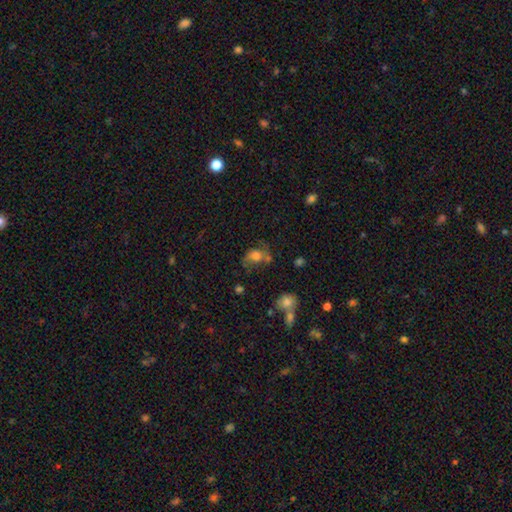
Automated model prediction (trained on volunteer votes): Smooth or featured? smooth (49%)
Merging? none (40%)